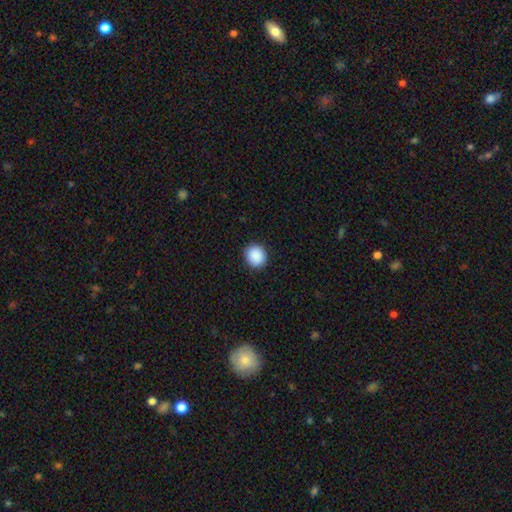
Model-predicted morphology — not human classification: This appears to be a smooth galaxy with no disk features (90%) that is round (88%). Merging: none (91%).